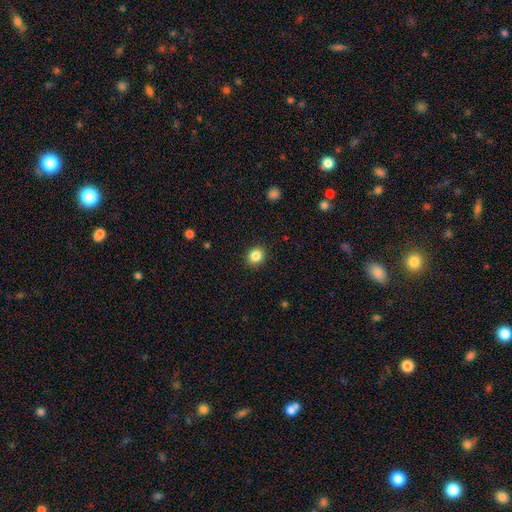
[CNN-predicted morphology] A smooth galaxy with no disk features (85%) that is round (74%).

Vote fractions:
- Smooth or featured? smooth: 85% / star or artifact: 10% / featured or disk: 5%
- How rounded? round: 74% / in between: 25% / cigar-shaped: 1%
- Merging? none: 91% / minor disturbance: 6% / major disturbance: 2% / merger: 1%